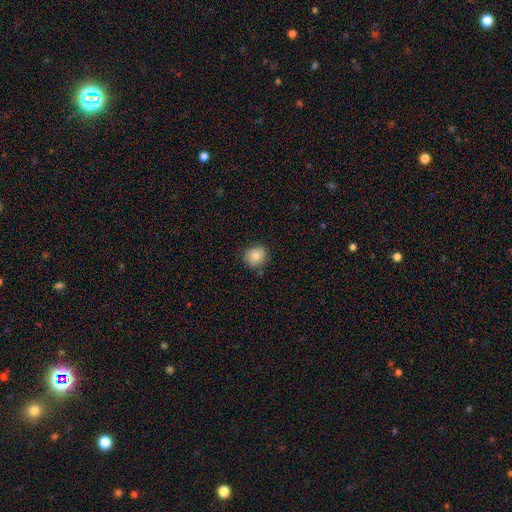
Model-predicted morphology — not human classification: This is clearly a smooth galaxy (84%). How rounded: likely round (75%). Merging: likely none (78%).